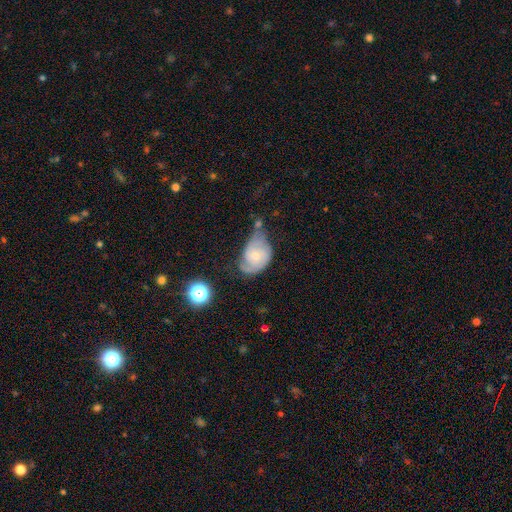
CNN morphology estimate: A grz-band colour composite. It shows a featured or disk galaxy (61%) with no bar (71%), 2 (57%) medium (40%) spiral arms (85%) and a small central bulge (61%). Merging: minor disturbance (34%).